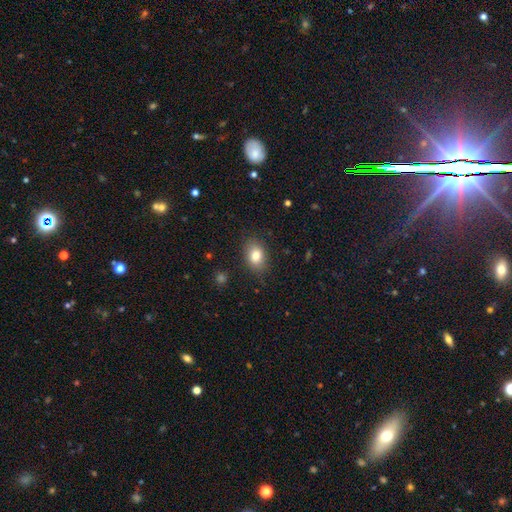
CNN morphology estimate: Smooth or featured? Predicted: smooth (p=0.82). How rounded? Predicted: in between (p=0.80). Merging? Predicted: none (p=0.83).